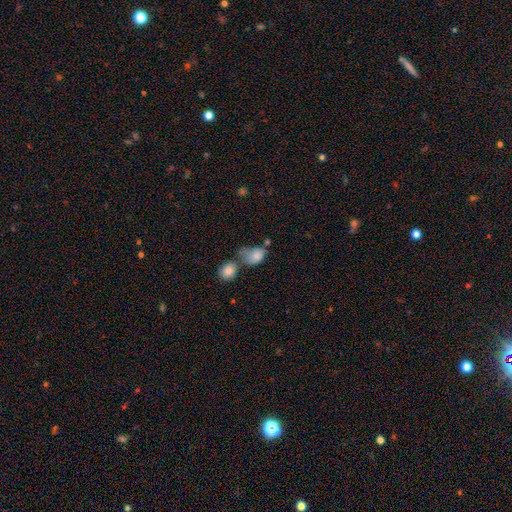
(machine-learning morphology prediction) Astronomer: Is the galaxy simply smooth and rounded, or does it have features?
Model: smooth — 80%.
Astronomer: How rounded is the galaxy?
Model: in between — 65%.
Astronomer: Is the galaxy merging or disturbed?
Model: merger — 38% (runner-up: none, 26%).